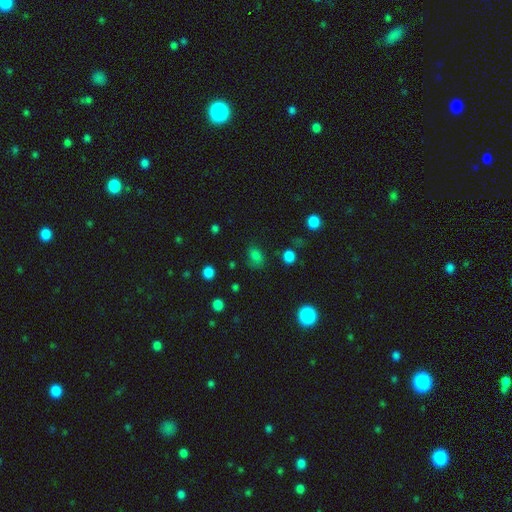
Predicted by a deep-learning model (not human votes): Smooth or featured?
  - smooth: 78% *
  - star or artifact: 16%
  - featured or disk: 6%
How rounded?
  - in between: 71% *
  - round: 28%
  - cigar-shaped: 2%
Merging?
  - none: 70% *
  - minor disturbance: 20%
  - major disturbance: 8%
  - merger: 3%